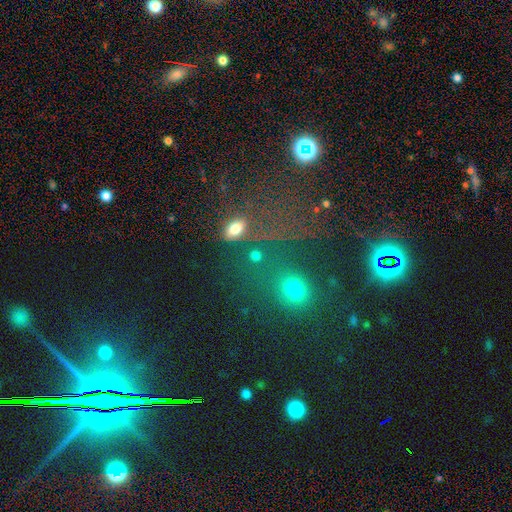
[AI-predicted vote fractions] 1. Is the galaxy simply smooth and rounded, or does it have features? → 71% smooth, 20% star or artifact, 9% featured or disk.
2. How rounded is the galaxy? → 57% in between, 38% round, 5% cigar-shaped.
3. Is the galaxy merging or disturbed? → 70% none, 12% merger, 12% minor disturbance, 7% major disturbance.